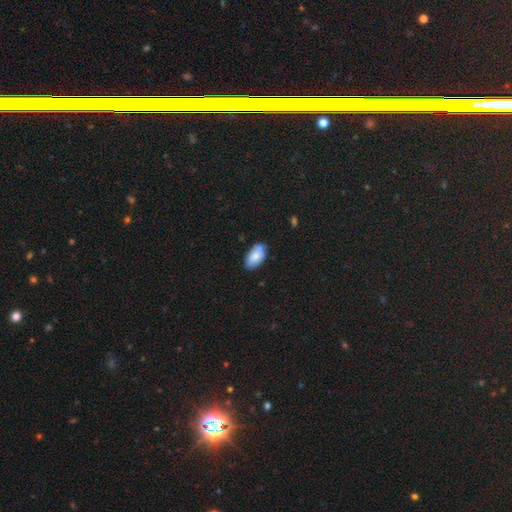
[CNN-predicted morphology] Smooth or featured: smooth — 80% (featured or disk — 13%)
How rounded: in between — 95% (round — 3%)
Merging: none — 75% (minor disturbance — 18%)